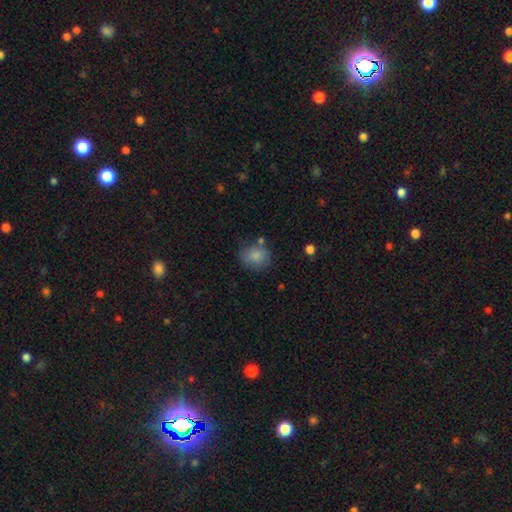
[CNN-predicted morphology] A smooth galaxy with no disk features (82%) that is round (71%). Merging: none (65%).